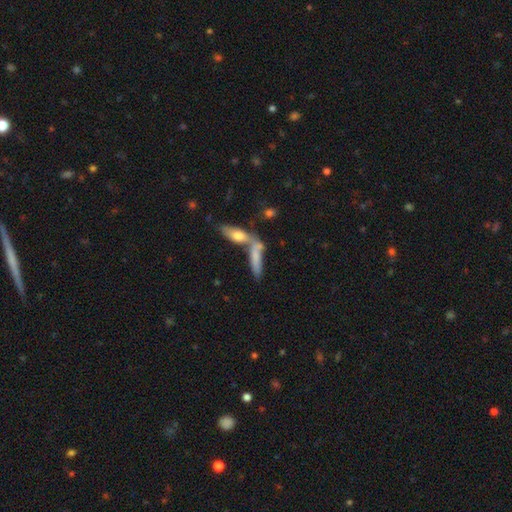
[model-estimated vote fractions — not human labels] smooth-or-featured: smooth: 69% | featured or disk: 23% | star or artifact: 8%
  how-rounded: cigar-shaped: 65% | in between: 32% | round: 2%
  merging: merger: 50% | none: 35% | minor disturbance: 10% | major disturbance: 5%